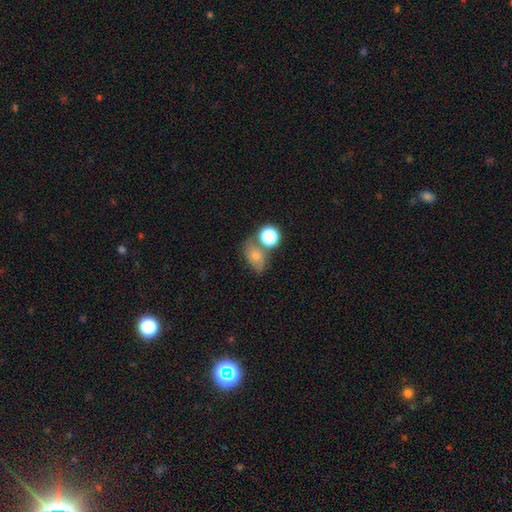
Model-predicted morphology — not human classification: Smooth or featured? smooth (68%)
How rounded? in between (71%)
Merging? none (49%)